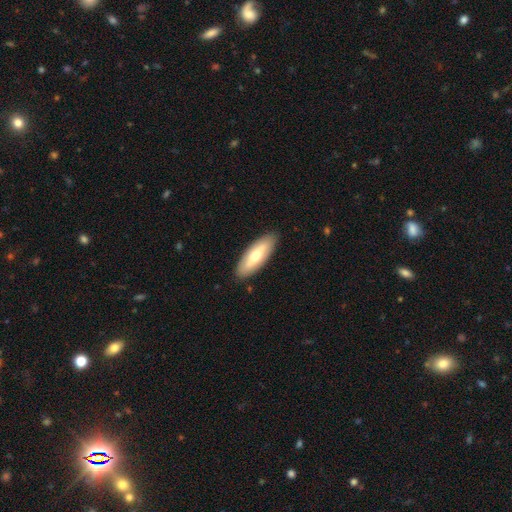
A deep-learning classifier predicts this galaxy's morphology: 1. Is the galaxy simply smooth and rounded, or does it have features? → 62% smooth, 33% featured or disk, 5% star or artifact.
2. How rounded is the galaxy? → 68% in between, 30% cigar-shaped, 2% round.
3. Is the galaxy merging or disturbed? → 89% none, 9% minor disturbance, 2% major disturbance, 1% merger.